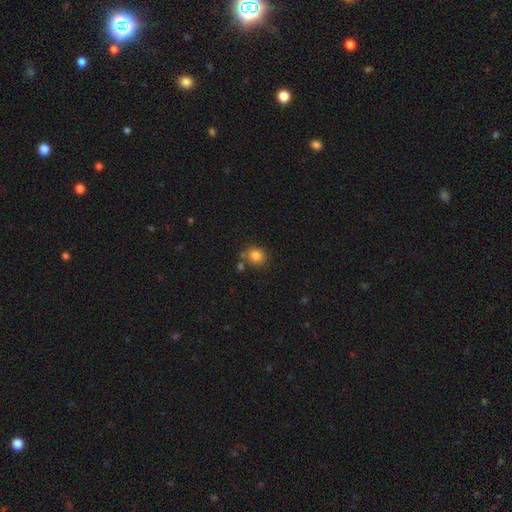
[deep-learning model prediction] This is clearly a smooth galaxy (83%). How rounded: likely round (74%). Merging: likely none (72%).